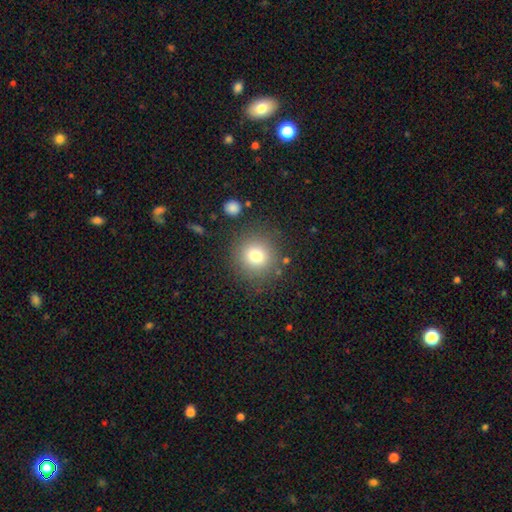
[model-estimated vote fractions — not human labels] Q: Smooth or featured?
A: smooth (78%); runner-up: star or artifact (13%)
Q: How rounded?
A: round (92%); runner-up: in between (7%)
Q: Merging?
A: none (84%); runner-up: minor disturbance (9%)